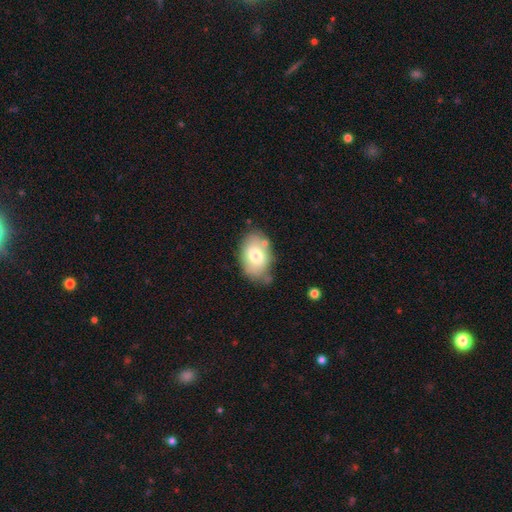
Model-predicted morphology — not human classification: The model was most divided on "merging": none: 70%, minor disturbance: 19%, merger: 6%, major disturbance: 5%. More confident: how rounded — in between (88%); smooth or featured — smooth (72%).